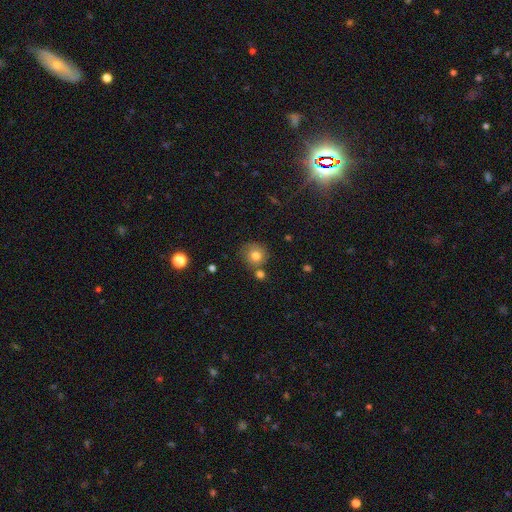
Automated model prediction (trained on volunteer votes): A smooth galaxy with no disk features (79%) that is round (88%). Merging: none (68%).